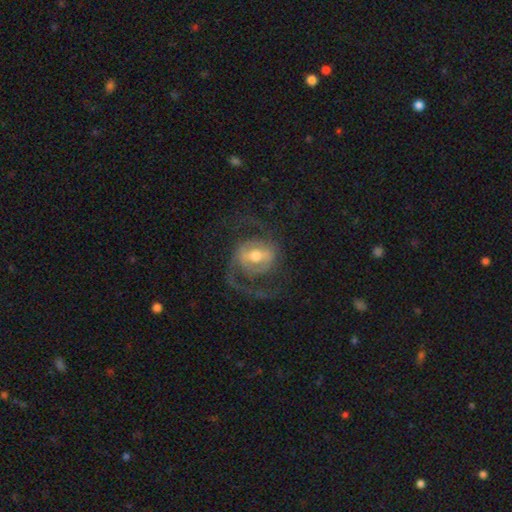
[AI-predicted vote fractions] featured or disk 84%, smooth 11%, star or artifact 5%. Down the decision tree: edge-on disk — no (96%); bar — strong (41%, tied with weak); spiral arms — yes (89%); spiral arm count — 2 (75%); spiral winding — medium (47%); bulge size — moderate (69%); merging — none (60%).